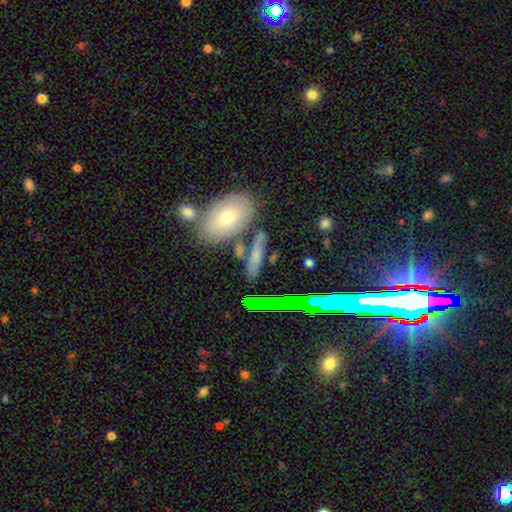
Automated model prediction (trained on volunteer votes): Overall: smooth (62%; featured or disk 26%). How rounded: cigar-shaped (48%; in between 43%). Merging: none (75%).